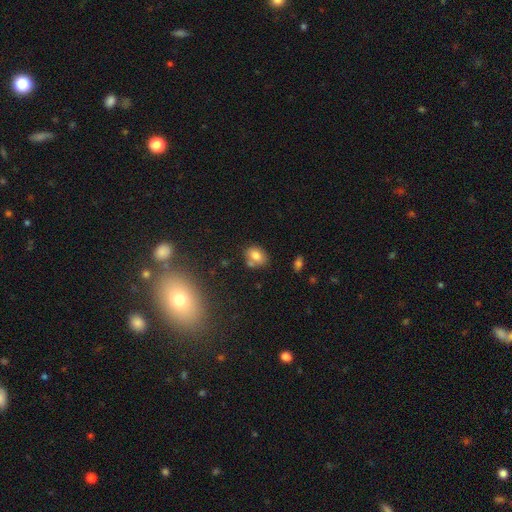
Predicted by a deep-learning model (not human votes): smooth 76%, featured or disk 12%, star or artifact 12%. Down the decision tree: how rounded — in between (65%); merging — none (62%).